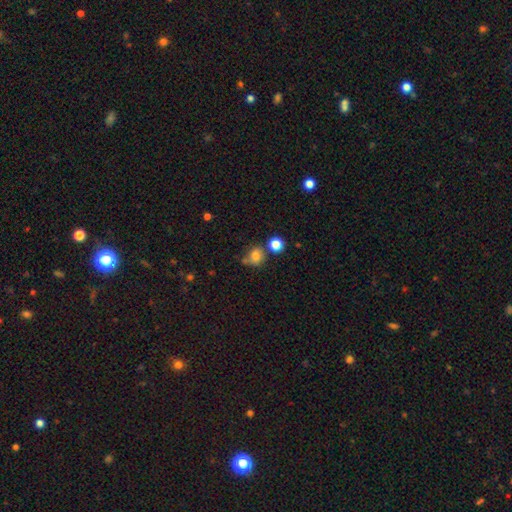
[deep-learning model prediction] A smooth galaxy with no disk features (77%) that is round (75%). Merging: none (56%).